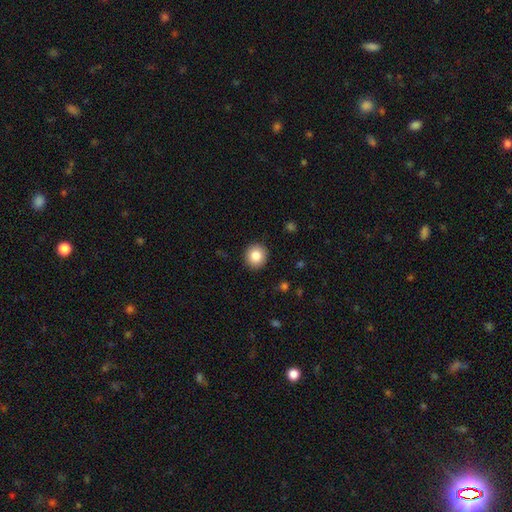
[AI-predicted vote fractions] Overall: smooth (84%). How rounded: round (91%). Merging: none (92%).